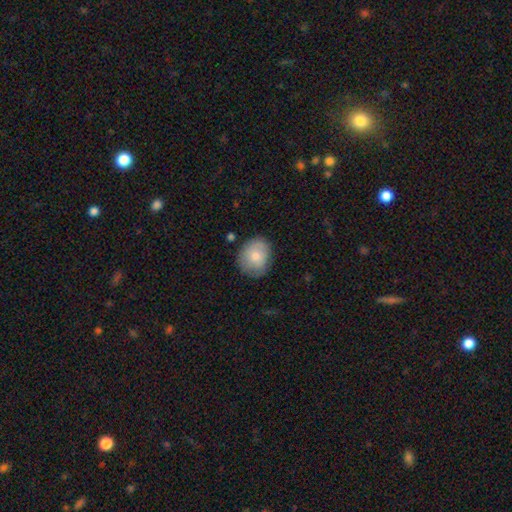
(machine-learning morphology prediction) The model was most divided on "how rounded": round: 66%, in between: 34%, cigar-shaped: 1%. More confident: smooth or featured — smooth (76%); merging — none (75%).